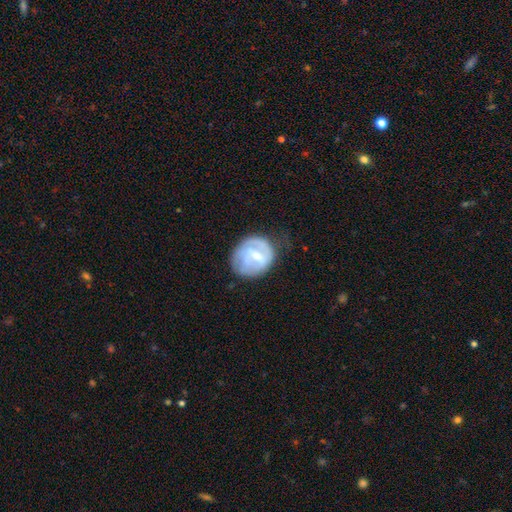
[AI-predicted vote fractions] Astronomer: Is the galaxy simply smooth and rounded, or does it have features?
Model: featured or disk — 59%.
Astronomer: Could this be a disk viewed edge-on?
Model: no — 97%.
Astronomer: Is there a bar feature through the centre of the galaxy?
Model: weak — 52%.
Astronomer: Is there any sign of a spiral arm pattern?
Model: yes — 60% (runner-up: no, 40%).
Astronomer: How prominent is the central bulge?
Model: small — 48% (runner-up: moderate, 46%).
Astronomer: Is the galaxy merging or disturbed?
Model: none — 53% (runner-up: minor disturbance, 29%).